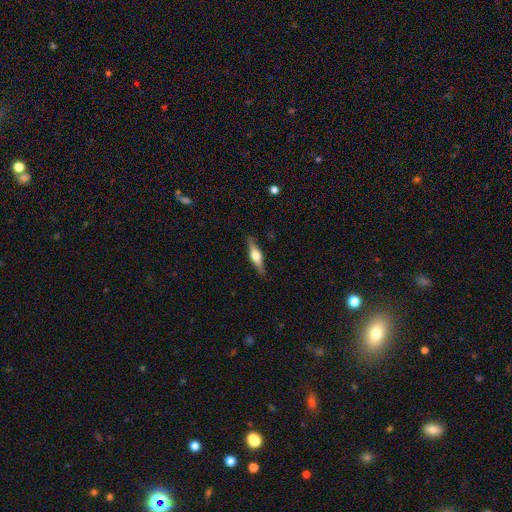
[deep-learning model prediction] smooth_or_featured: featured or disk (p=0.70) [alt: smooth p=0.25]
disk_edge_on: yes (p=0.97) [alt: no p=0.03]
edge_on_bulge: rounded (p=0.93) [alt: boxy p=0.05]
merging: none (p=0.88) [alt: minor disturbance p=0.08]